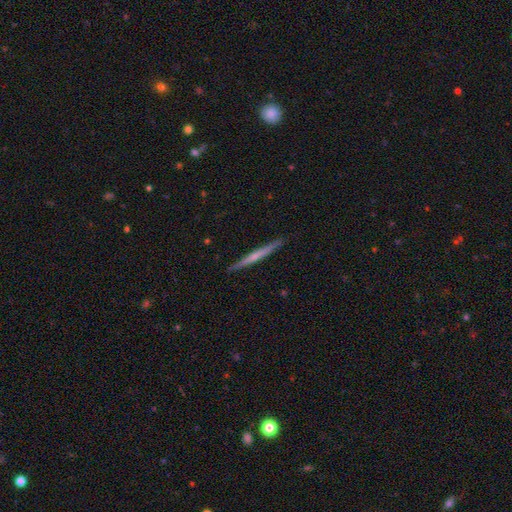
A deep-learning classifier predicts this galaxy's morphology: The model was most divided on "smooth or featured": featured or disk: 59%, smooth: 35%, star or artifact: 5%. More confident: edge-on disk — yes (98%); merging — none (91%); edge-on bulge — none (60%).